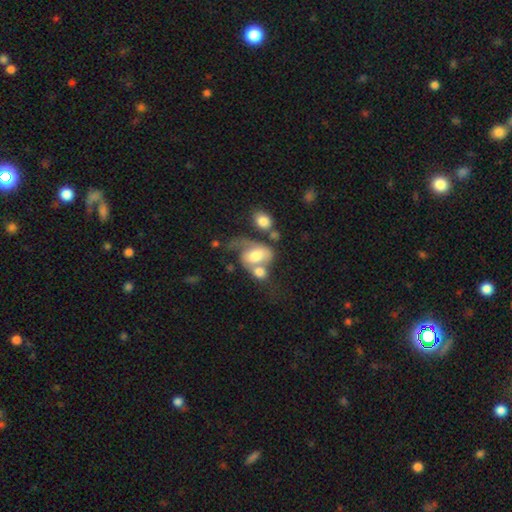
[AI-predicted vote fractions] smooth 52%, featured or disk 40%, star or artifact 8%. Down the decision tree: how rounded — in between (76%); merging — merger (55%).